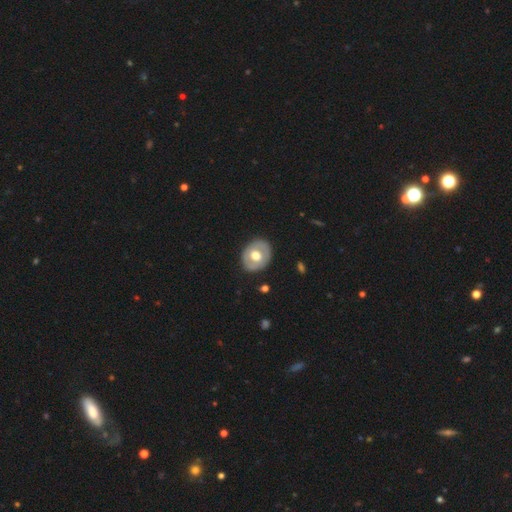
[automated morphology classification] This appears to be a smooth galaxy with no disk features (50%) that is round (52%). Merging: none (85%).